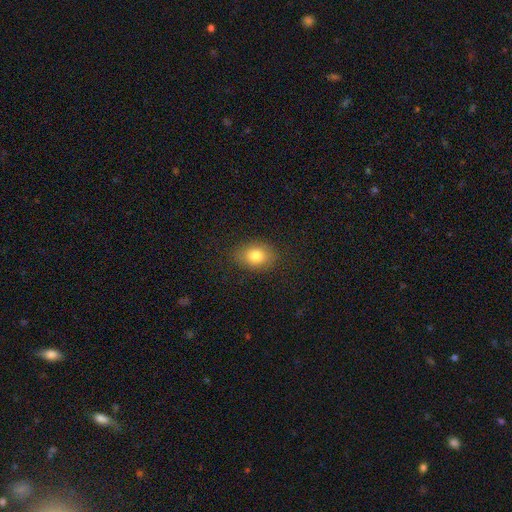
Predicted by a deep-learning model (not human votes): Smooth or featured: smooth — 81% (star or artifact — 9%)
How rounded: in between — 67% (round — 32%)
Merging: none — 83% (minor disturbance — 12%)